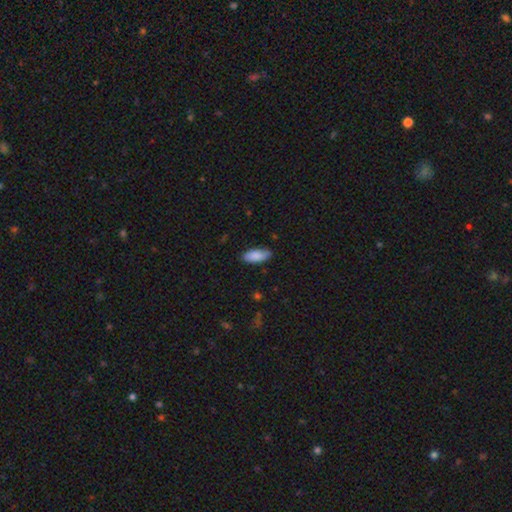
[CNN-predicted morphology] A smooth galaxy with no disk features (87%) that is in between round and cigar-shaped (84%).

Vote fractions:
- Smooth or featured? smooth: 87% / featured or disk: 7% / star or artifact: 6%
- How rounded? in between: 84% / cigar-shaped: 15% / round: 2%
- Merging? none: 85% / minor disturbance: 12% / major disturbance: 2% / merger: 1%